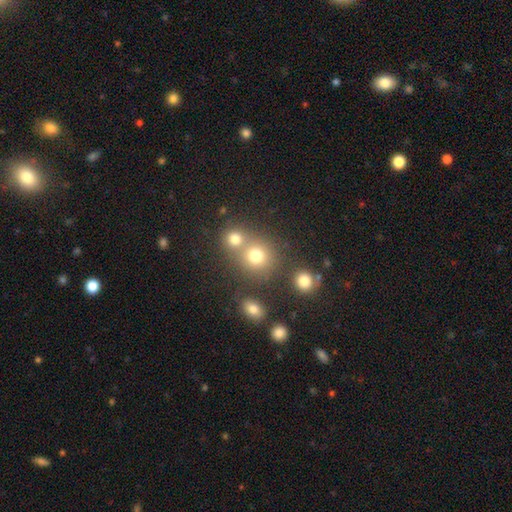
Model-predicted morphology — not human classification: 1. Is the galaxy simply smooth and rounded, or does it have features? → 76% smooth, 16% star or artifact, 8% featured or disk.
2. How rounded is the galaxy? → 86% round, 14% in between, 1% cigar-shaped.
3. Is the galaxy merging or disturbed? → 56% none, 34% merger, 7% minor disturbance, 3% major disturbance.